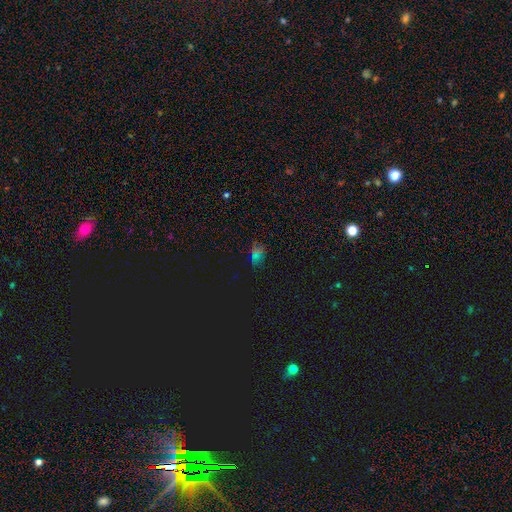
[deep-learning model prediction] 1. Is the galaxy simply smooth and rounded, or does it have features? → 46% star or artifact, 41% smooth, 12% featured or disk.